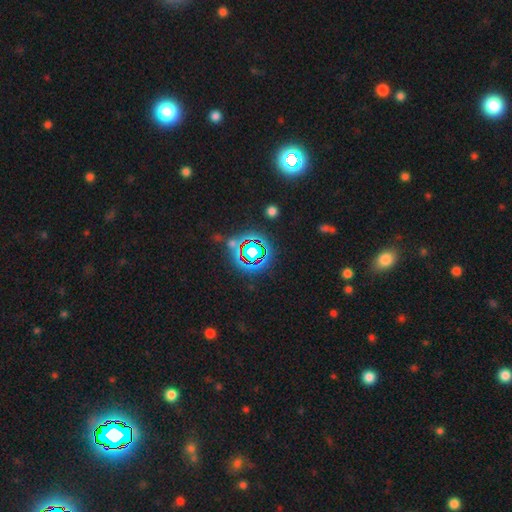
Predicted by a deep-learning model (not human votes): Morphology: type=star or artifact (79%).